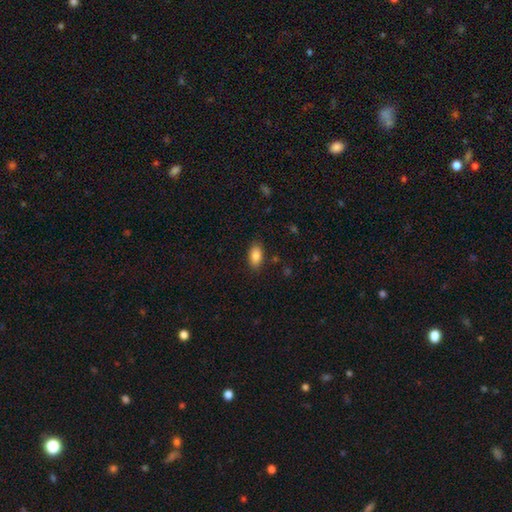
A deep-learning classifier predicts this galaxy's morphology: This is clearly a smooth galaxy (86%). How rounded: clearly in between (91%). Merging: clearly none (85%).